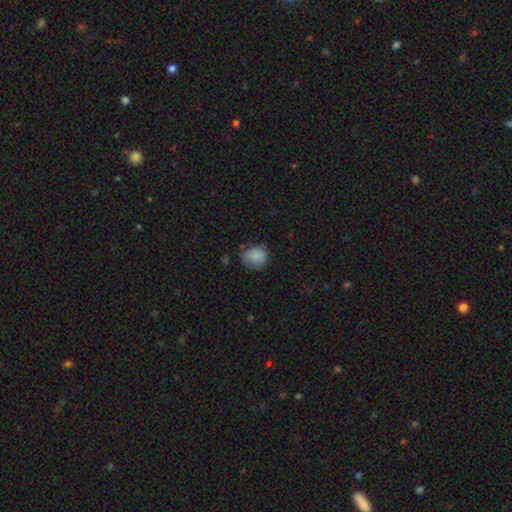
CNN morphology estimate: This appears to be a smooth galaxy with no disk features (83%) that is round (63%). Merging: none (59%).